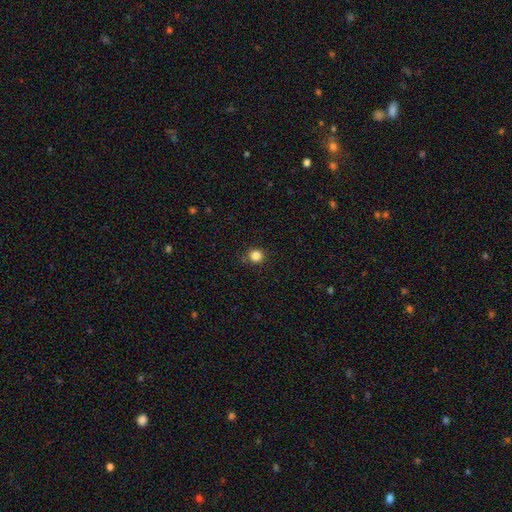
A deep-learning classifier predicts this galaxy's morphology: A smooth galaxy with no disk features (84%) that is round (88%). Merging: none (84%).